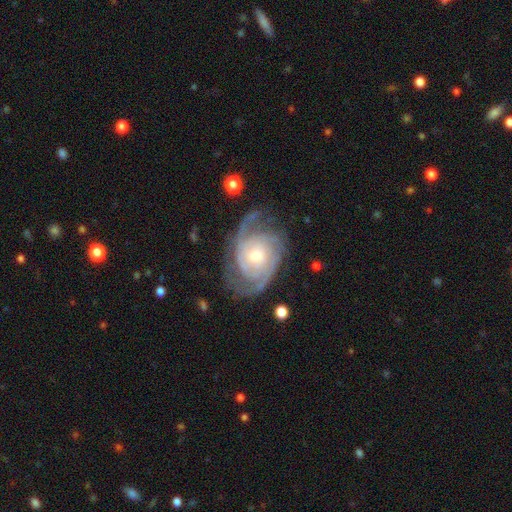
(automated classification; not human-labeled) smooth-or-featured: featured or disk: 89% | smooth: 6% | star or artifact: 4%
  disk-edge-on: no: 97% | yes: 3%
    bar: no: 71% | weak: 24% | strong: 5%
    has-spiral-arms: yes: 97% | no: 3%
      spiral-winding: tight: 56% | medium: 35% | loose: 9%
      spiral-arm-count: 2: 37% | 3: 25% | can't tell: 19% | 4: 8% | 1: 6% | more than 4: 6%
    bulge-size: moderate: 55% | small: 37% | large: 6% | none: 2% | dominant: 1%
  merging: none: 67% | minor disturbance: 20% | major disturbance: 11% | merger: 2%